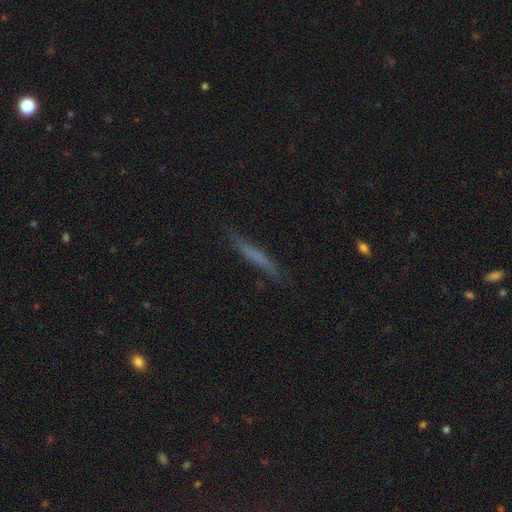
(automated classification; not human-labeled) smooth-or-featured: smooth: 58% | featured or disk: 32% | star or artifact: 10%
  how-rounded: cigar-shaped: 93% | in between: 5% | round: 2%
  merging: none: 79% | minor disturbance: 15% | major disturbance: 4% | merger: 2%